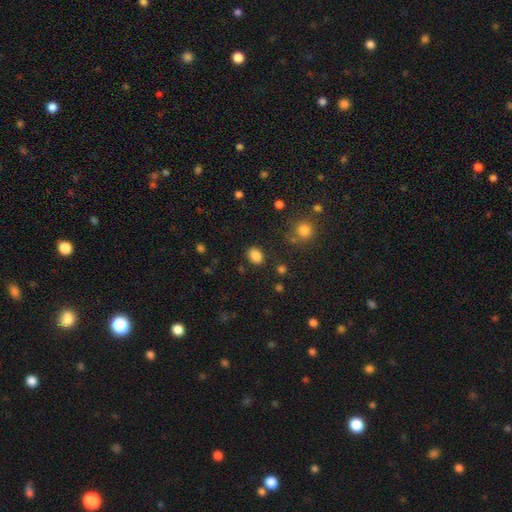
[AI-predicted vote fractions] Q: Smooth or featured?
A: smooth (85%); runner-up: star or artifact (11%)
Q: How rounded?
A: in between (63%); runner-up: round (36%)
Q: Merging?
A: none (85%); runner-up: minor disturbance (10%)